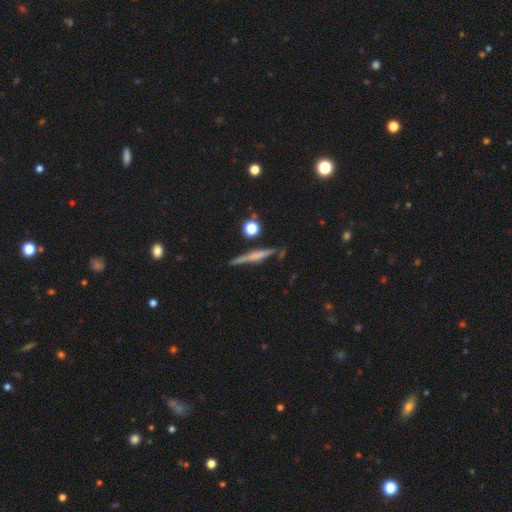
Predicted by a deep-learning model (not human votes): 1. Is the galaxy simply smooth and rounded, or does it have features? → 56% featured or disk, 36% smooth, 9% star or artifact.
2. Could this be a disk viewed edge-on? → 95% yes, 5% no.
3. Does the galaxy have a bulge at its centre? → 46% none, 31% rounded, 23% boxy.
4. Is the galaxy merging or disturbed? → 79% none, 13% minor disturbance, 4% merger, 4% major disturbance.